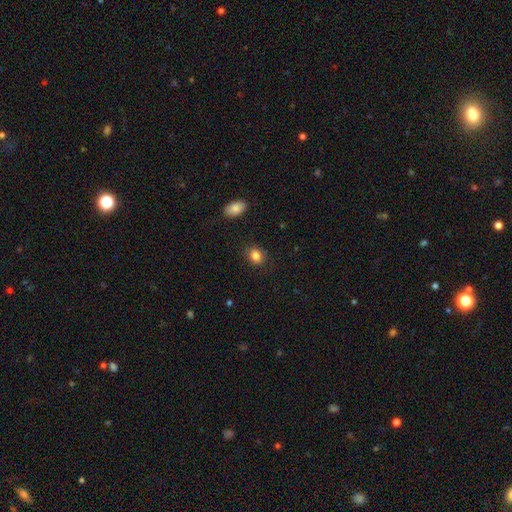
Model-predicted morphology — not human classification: A smooth galaxy with no disk features (84%) that is round (53%).

Vote fractions:
- Smooth or featured? smooth: 84% / star or artifact: 10% / featured or disk: 6%
- How rounded? round: 53% / in between: 46% / cigar-shaped: 1%
- Merging? none: 86% / minor disturbance: 10% / major disturbance: 3% / merger: 1%